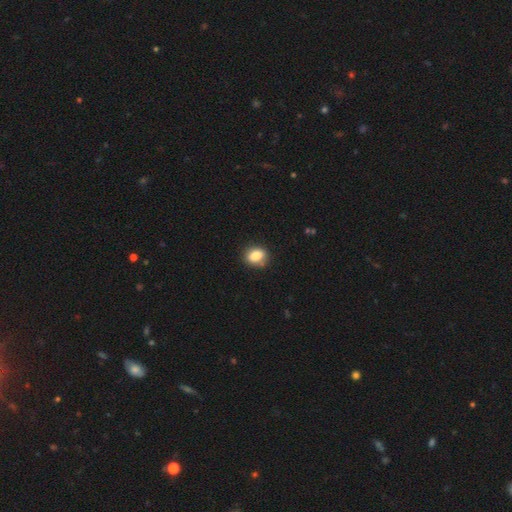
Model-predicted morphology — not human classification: Smooth or featured? Predicted: smooth (p=0.83). How rounded? Predicted: in between (p=0.62). Merging? Predicted: none (p=0.82).